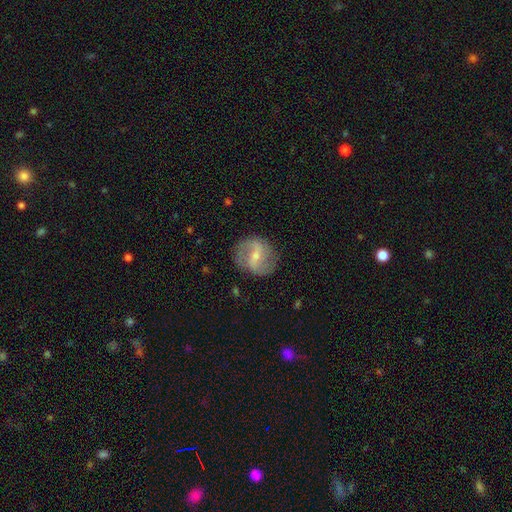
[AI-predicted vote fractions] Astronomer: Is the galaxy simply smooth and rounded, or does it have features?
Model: featured or disk — 73%.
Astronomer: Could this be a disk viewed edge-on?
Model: no — 96%.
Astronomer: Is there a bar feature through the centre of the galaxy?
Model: weak — 45% (runner-up: strong, 38%).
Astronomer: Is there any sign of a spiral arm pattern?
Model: yes — 86%.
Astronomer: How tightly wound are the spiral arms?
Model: medium — 44% (runner-up: loose, 37%).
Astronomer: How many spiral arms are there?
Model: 2 — 86%.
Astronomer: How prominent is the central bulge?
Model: small — 56% (runner-up: moderate, 38%).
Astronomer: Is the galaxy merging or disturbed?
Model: none — 79%.